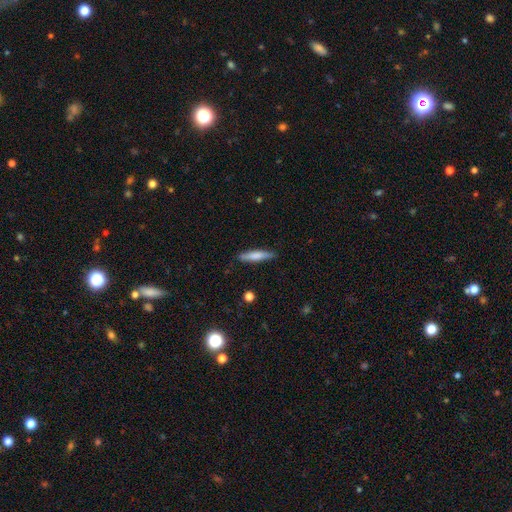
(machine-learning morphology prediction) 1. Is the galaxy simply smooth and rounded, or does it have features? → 70% smooth, 24% featured or disk, 6% star or artifact.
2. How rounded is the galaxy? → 86% cigar-shaped, 12% in between, 1% round.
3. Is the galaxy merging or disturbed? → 87% none, 10% minor disturbance, 2% major disturbance, 1% merger.